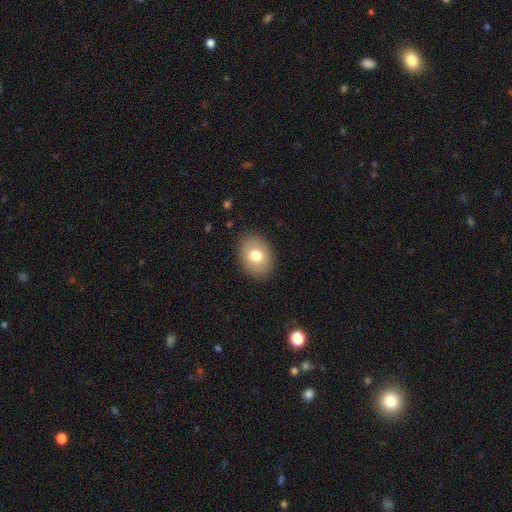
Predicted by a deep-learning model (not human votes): Q: Smooth or featured?
A: smooth (74%); runner-up: featured or disk (17%)
Q: How rounded?
A: in between (64%); runner-up: round (35%)
Q: Merging?
A: none (87%); runner-up: minor disturbance (9%)